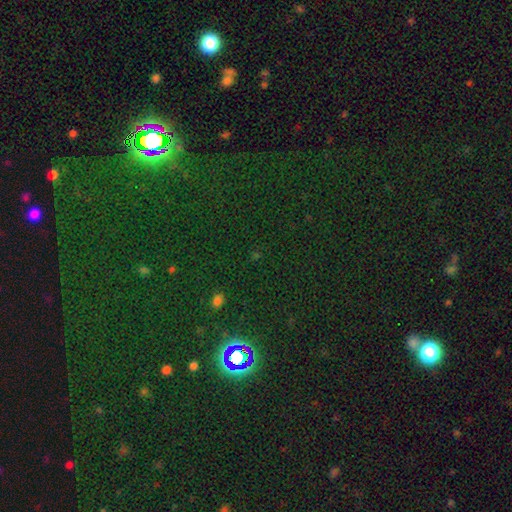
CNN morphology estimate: smooth-or-featured: star or artifact: 76% | smooth: 16% | featured or disk: 7%